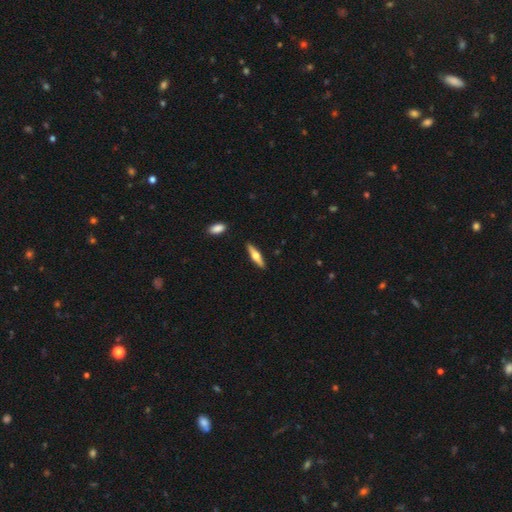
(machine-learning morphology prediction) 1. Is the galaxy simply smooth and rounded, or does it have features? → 55% featured or disk, 40% smooth, 5% star or artifact.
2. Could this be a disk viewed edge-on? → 95% yes, 5% no.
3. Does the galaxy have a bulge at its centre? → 93% rounded, 4% boxy, 3% none.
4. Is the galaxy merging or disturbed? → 89% none, 8% minor disturbance, 2% merger, 2% major disturbance.